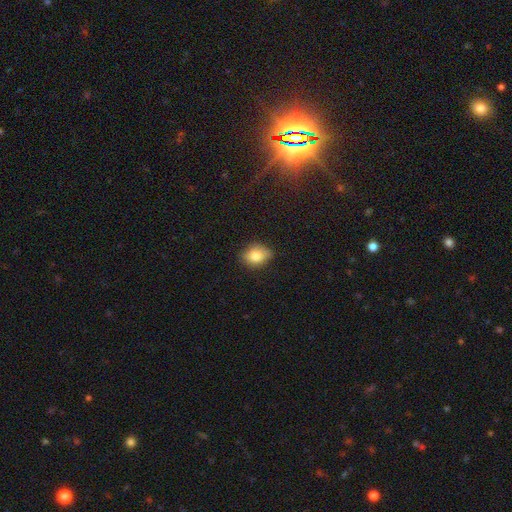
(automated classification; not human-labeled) Overall: smooth (81%). How rounded: in between (60%; round 38%). Merging: none (70%).